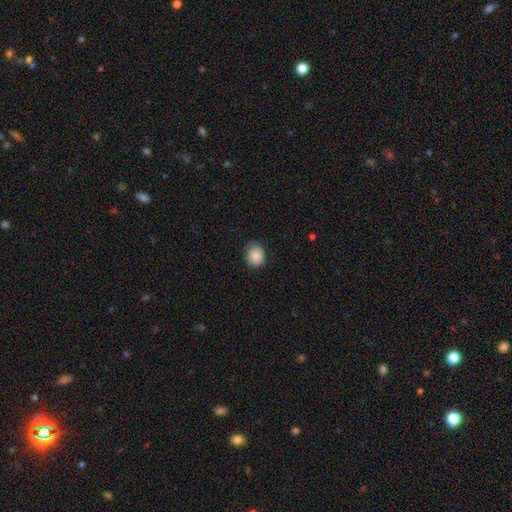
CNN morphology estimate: Smooth or featured? Predicted: smooth (p=0.87). How rounded? Predicted: round (p=0.71). Merging? Predicted: none (p=0.82).